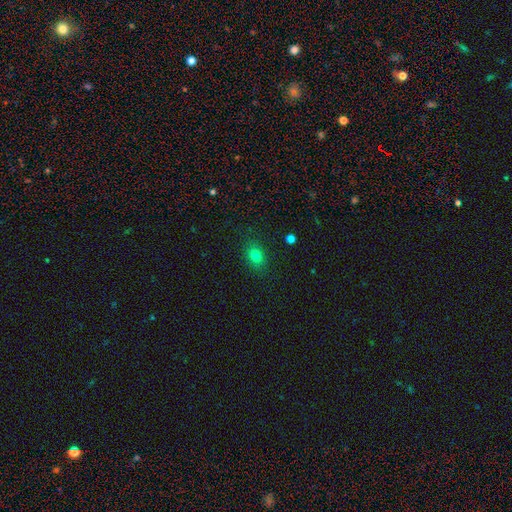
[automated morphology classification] The model was most divided on "how rounded": in between: 64%, round: 34%, cigar-shaped: 2%. More confident: merging — none (86%); smooth or featured — smooth (79%).